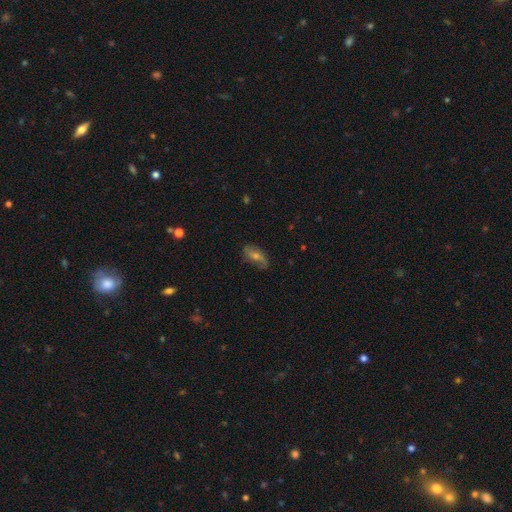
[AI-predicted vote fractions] Smooth or featured?
  - featured or disk: 55% *
  - smooth: 33%
  - star or artifact: 12%
Edge-on disk?
  - no: 85% *
  - yes: 15%
Merging?
  - none: 69% *
  - minor disturbance: 22%
  - major disturbance: 7%
  - merger: 2%